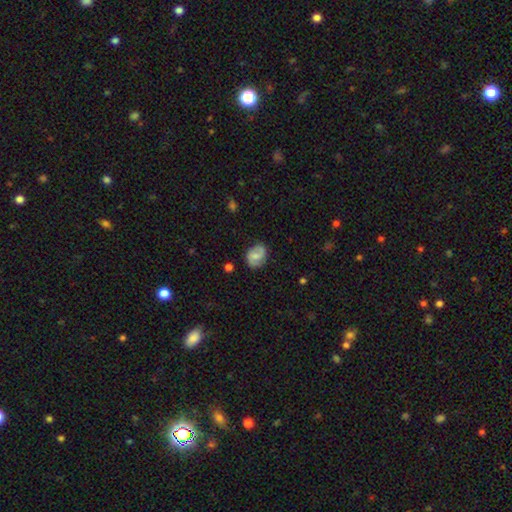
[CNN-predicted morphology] Smooth or featured? Predicted: featured or disk (p=0.52). Edge-on disk? Predicted: no (p=0.97). Bar? Predicted: no (p=0.46). Spiral arms? Predicted: yes (p=0.87). Bulge size? Predicted: small (p=0.46). Merging? Predicted: none (p=0.75).